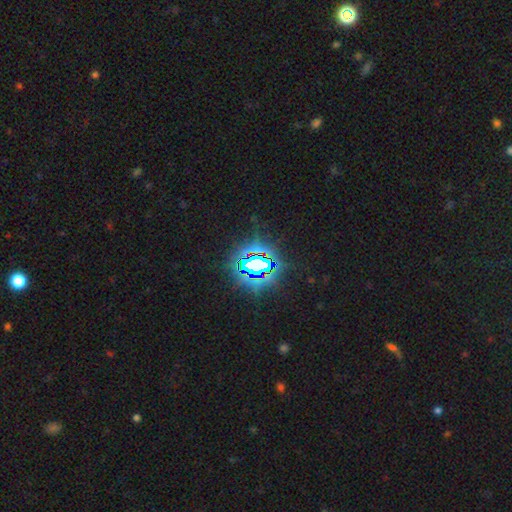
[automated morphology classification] smooth_or_featured: star or artifact (p=0.79) [alt: smooth p=0.11]